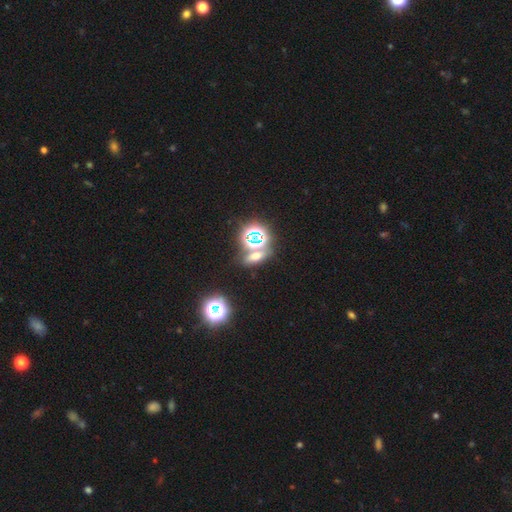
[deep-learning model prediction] Smooth or featured? star or artifact (43%, tied with smooth)